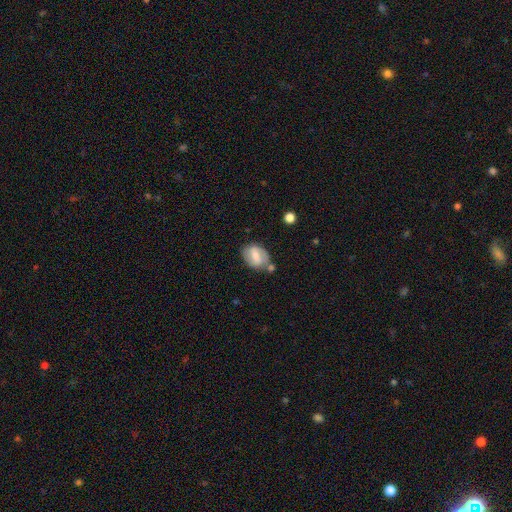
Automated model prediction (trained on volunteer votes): Overall: smooth (53%; featured or disk 39%). How rounded: in between (73%). Merging: none (58%; minor disturbance 22%).